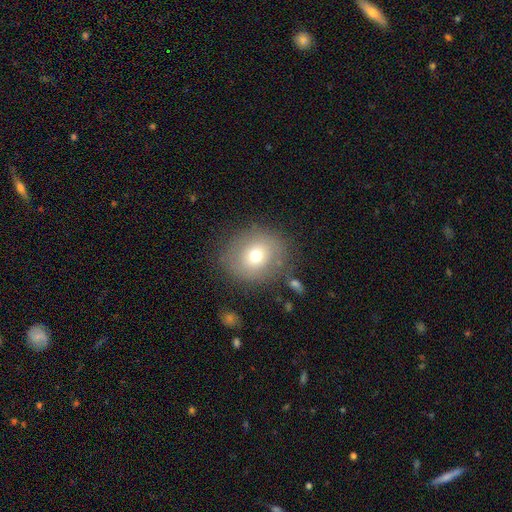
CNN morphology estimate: Smooth or featured: smooth — 66% (featured or disk — 22%)
How rounded: round — 81% (in between — 18%)
Merging: none — 78% (minor disturbance — 12%)